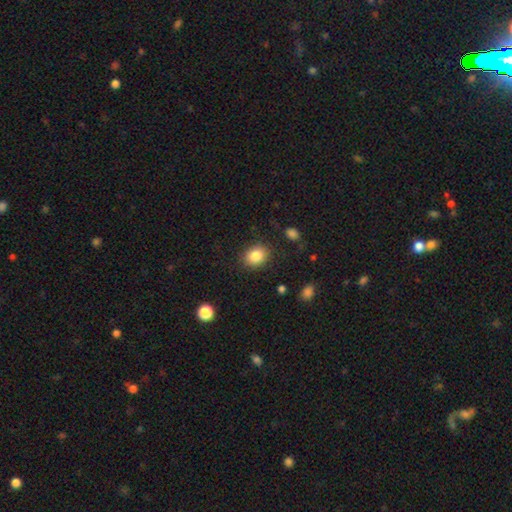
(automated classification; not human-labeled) This appears to be a smooth galaxy with no disk features (85%) that is round (52%). Merging: none (85%).